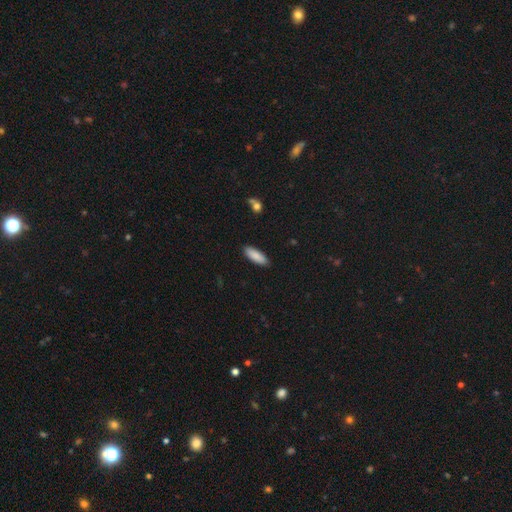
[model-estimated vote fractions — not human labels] Q: Smooth or featured?
A: smooth (88%); runner-up: featured or disk (6%)
Q: How rounded?
A: in between (64%); runner-up: cigar-shaped (35%)
Q: Merging?
A: none (90%); runner-up: minor disturbance (8%)